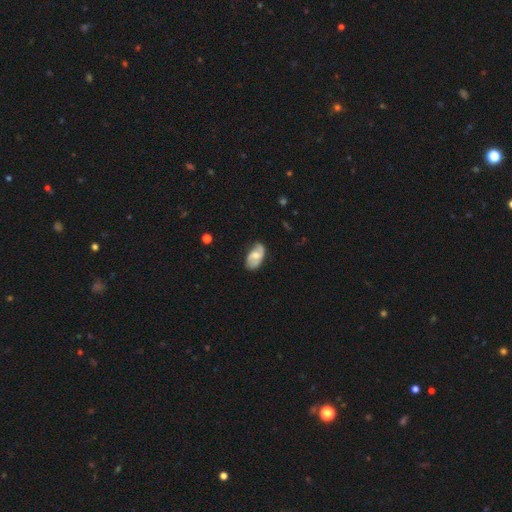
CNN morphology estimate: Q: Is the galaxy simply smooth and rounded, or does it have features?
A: featured or disk — 53%.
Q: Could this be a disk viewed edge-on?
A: no — 94%.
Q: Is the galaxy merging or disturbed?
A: none — 65%.